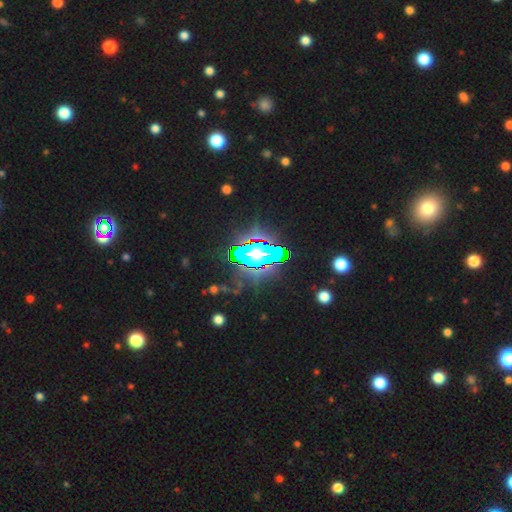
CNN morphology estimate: A star or artifact, not a galaxy (78%).

Vote fractions:
- Smooth or featured? star or artifact: 78% / featured or disk: 11% / smooth: 11%